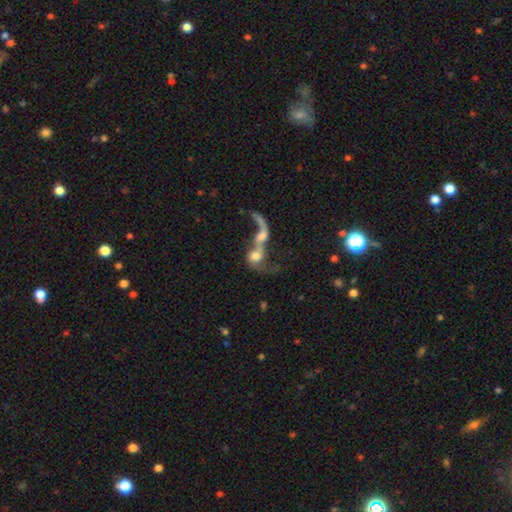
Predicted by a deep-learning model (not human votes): This is possibly a featured or disk galaxy (49%). Merging: clearly merger (80%).